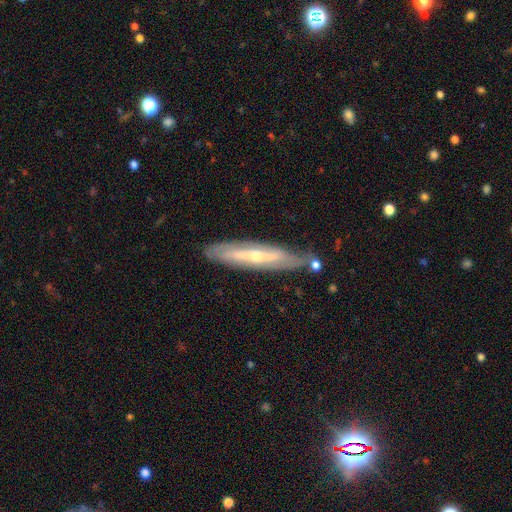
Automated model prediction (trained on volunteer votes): Smooth or featured?
  - featured or disk: 70% *
  - smooth: 24%
  - star or artifact: 6%
Edge-on disk?
  - yes: 60% *
  - no: 40%
Merging?
  - none: 75% *
  - minor disturbance: 17%
  - major disturbance: 4%
  - merger: 4%